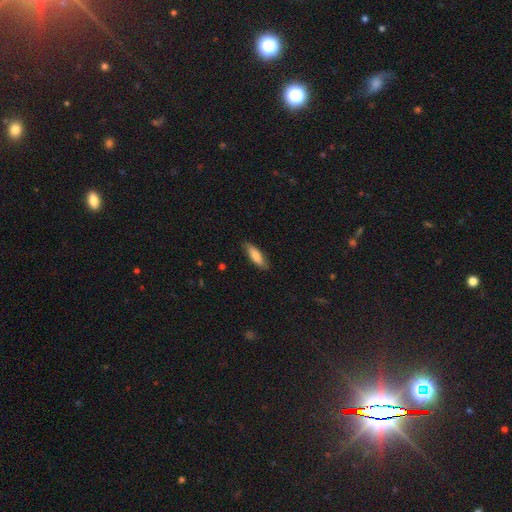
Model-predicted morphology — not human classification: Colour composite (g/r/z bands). It shows a smooth galaxy with no disk features (81%) that is cigar-shaped (50%). Merging: none (83%).